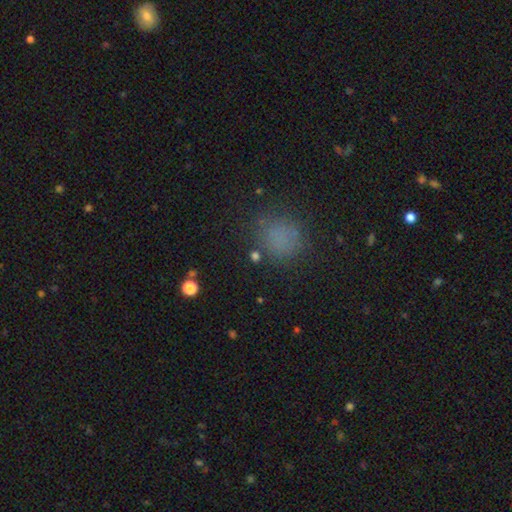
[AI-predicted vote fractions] Smooth or featured: smooth — 66% (star or artifact — 24%)
How rounded: round — 82% (in between — 17%)
Merging: none — 77% (minor disturbance — 13%)